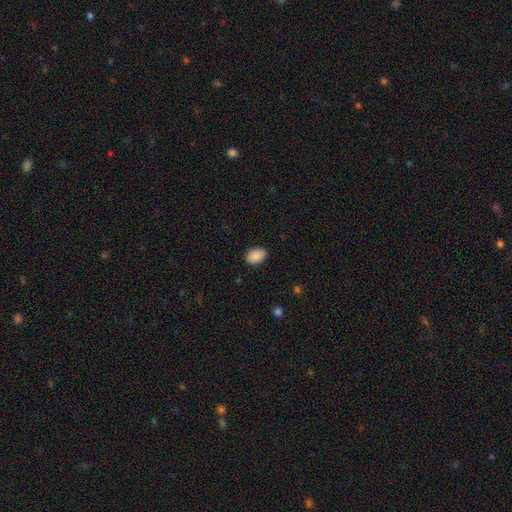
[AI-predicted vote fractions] smooth-or-featured: smooth: 89% | star or artifact: 7% | featured or disk: 4%
  how-rounded: in between: 85% | round: 14% | cigar-shaped: 1%
  merging: none: 85% | minor disturbance: 12% | major disturbance: 2% | merger: 1%